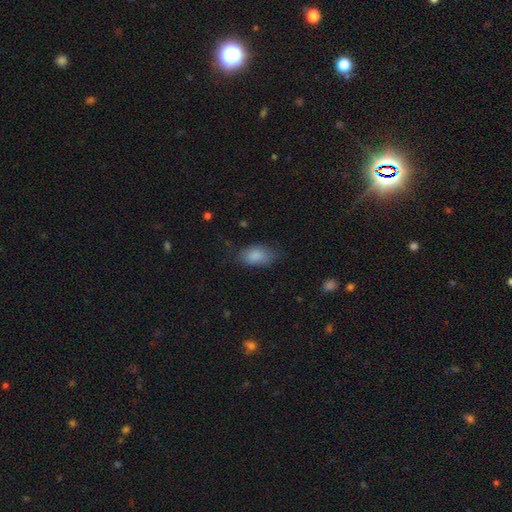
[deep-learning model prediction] A smooth galaxy with no disk features (86%) that is in between round and cigar-shaped (92%). Merging: none (67%).